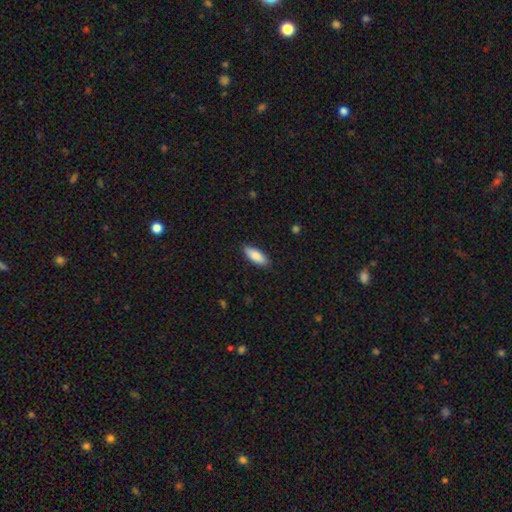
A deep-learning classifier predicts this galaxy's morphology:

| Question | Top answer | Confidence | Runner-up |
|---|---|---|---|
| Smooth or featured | smooth | 85% | featured or disk (10%) |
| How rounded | in between | 71% | cigar-shaped (27%) |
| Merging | none | 89% | minor disturbance (9%) |